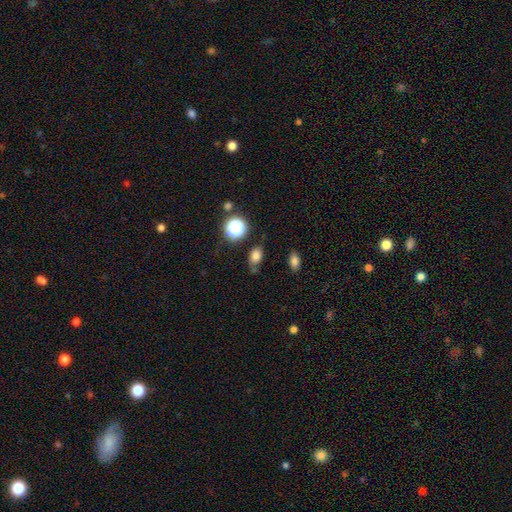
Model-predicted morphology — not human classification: smooth 77%, star or artifact 16%, featured or disk 7%. Down the decision tree: how rounded — in between (71%); merging — none (66%).